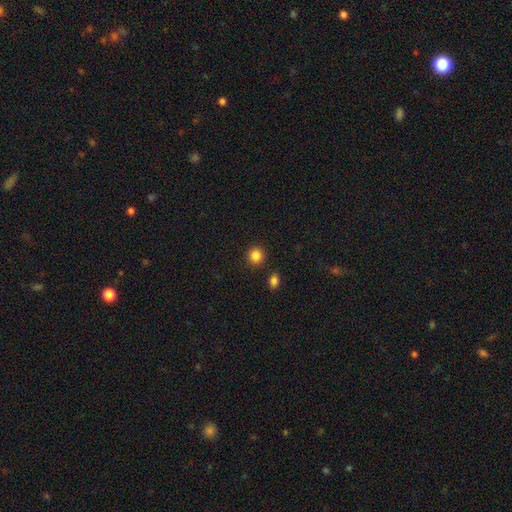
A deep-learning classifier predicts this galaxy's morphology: The model was most divided on "smooth or featured": smooth: 85%, star or artifact: 11%, featured or disk: 4%. More confident: how rounded — round (92%); merging — none (89%).